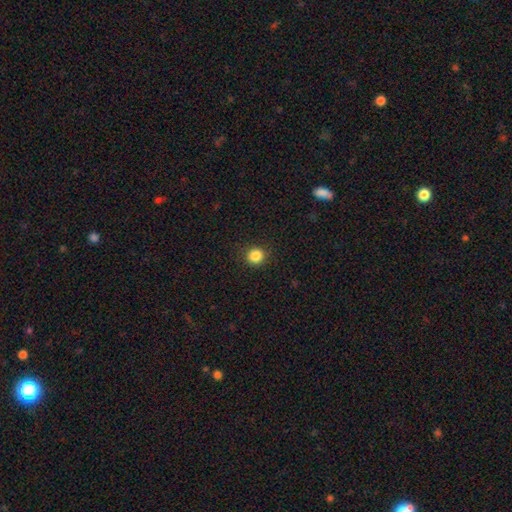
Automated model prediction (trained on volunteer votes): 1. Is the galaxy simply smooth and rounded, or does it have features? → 85% smooth, 11% star or artifact, 4% featured or disk.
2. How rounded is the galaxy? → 92% round, 7% in between, 1% cigar-shaped.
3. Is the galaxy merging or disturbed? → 91% none, 6% minor disturbance, 2% major disturbance, 1% merger.